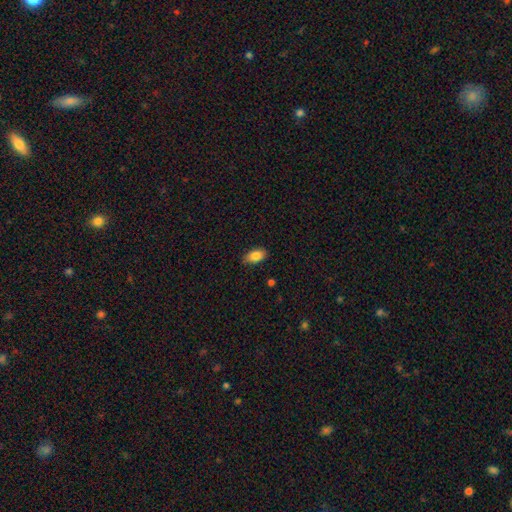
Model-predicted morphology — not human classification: Q: Smooth or featured?
A: smooth (85%); runner-up: featured or disk (8%)
Q: How rounded?
A: in between (92%); runner-up: round (6%)
Q: Merging?
A: none (84%); runner-up: minor disturbance (13%)